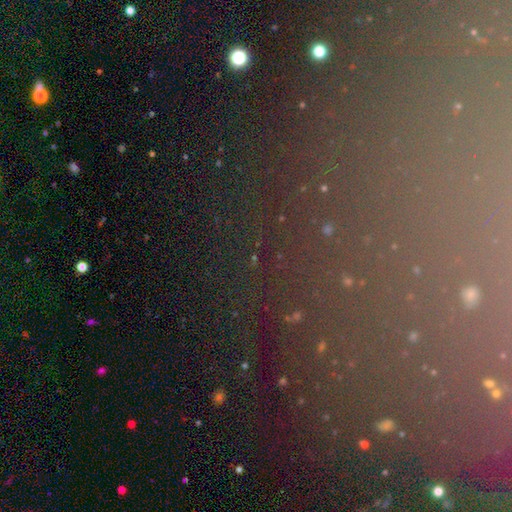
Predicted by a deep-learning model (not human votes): Morphology: type=star or artifact (73%).